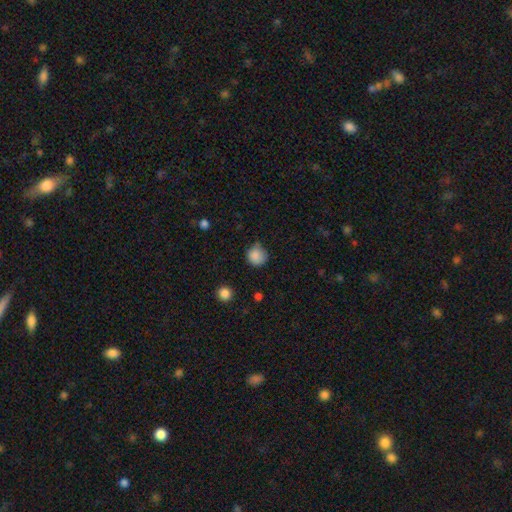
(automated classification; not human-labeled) Smooth or featured: smooth — 85% (star or artifact — 10%)
How rounded: round — 90% (in between — 9%)
Merging: none — 65% (minor disturbance — 26%)